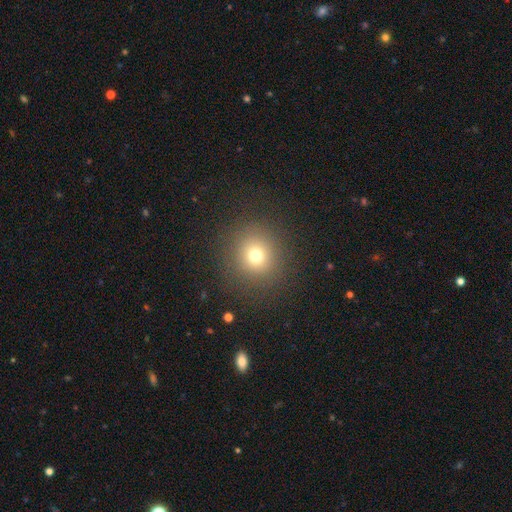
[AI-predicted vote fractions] This is likely a smooth galaxy (73%). How rounded: clearly round (92%). Merging: clearly none (88%).